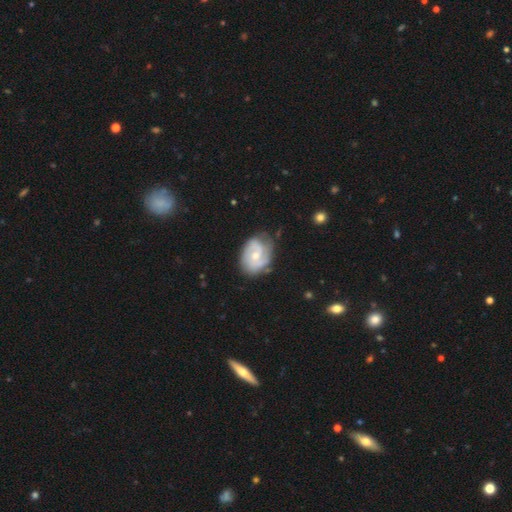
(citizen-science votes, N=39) A featured or disk galaxy (72%) with no bar (70%), 2 (38%) tight (42%) spiral arms (96%) and a small central bulge (59%). Merging: none (77%).